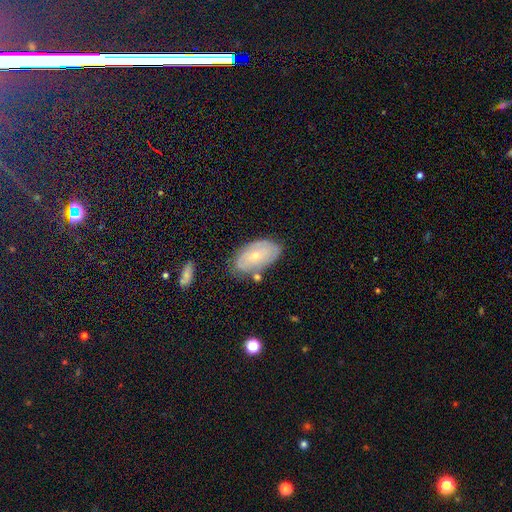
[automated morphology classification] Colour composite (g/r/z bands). It shows a smooth galaxy with no disk features (48%). Merging: none (68%).